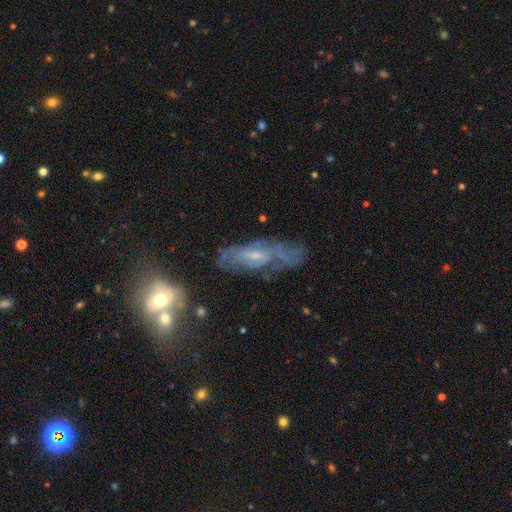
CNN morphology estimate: Smooth or featured?
  - featured or disk: 67% *
  - smooth: 22%
  - star or artifact: 11%
Edge-on disk?
  - no: 80% *
  - yes: 20%
Bar?
  - no: 52% *
  - weak: 37%
  - strong: 10%
Spiral arms?
  - yes: 65% *
  - no: 35%
Bulge size?
  - small: 61% *
  - moderate: 27%
  - none: 9%
  - large: 2%
  - dominant: 1%
Merging?
  - none: 56% *
  - minor disturbance: 24%
  - major disturbance: 14%
  - merger: 6%